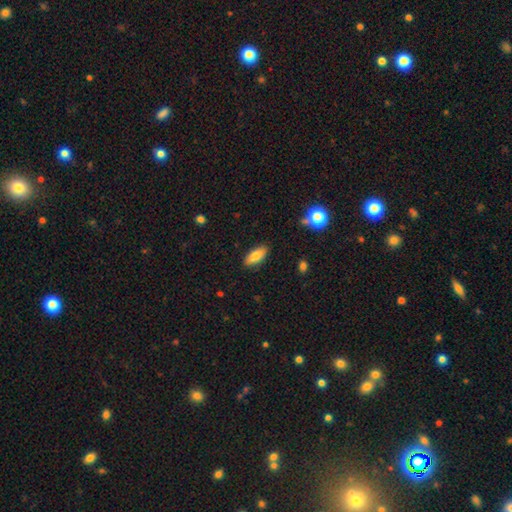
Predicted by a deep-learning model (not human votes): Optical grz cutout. It shows a smooth galaxy with no disk features (77%) that is in between round and cigar-shaped (82%). Merging: none (87%).